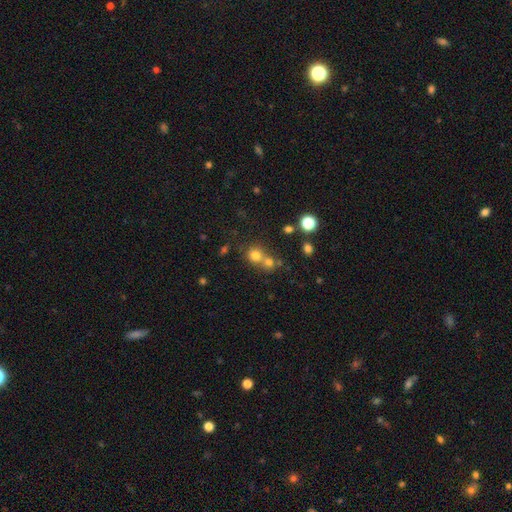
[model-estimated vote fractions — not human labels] smooth 73%, star or artifact 17%, featured or disk 10%. Down the decision tree: how rounded — round (83%); merging — merger (45%, tied with none).